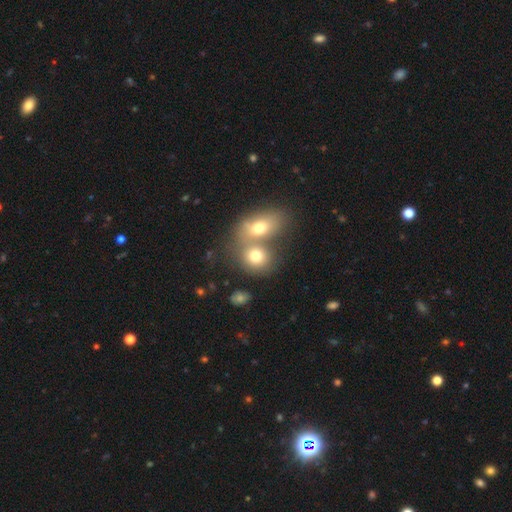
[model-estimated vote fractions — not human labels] The model was most divided on "how rounded": round: 59%, in between: 40%, cigar-shaped: 1%. More confident: smooth or featured — smooth (73%); merging — merger (55%).